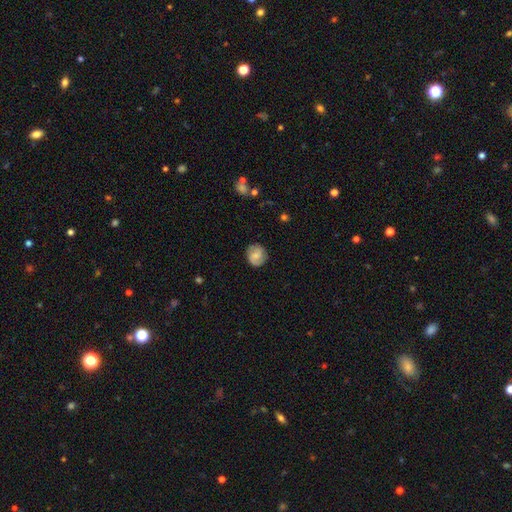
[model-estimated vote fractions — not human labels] Smooth or featured?
  - featured or disk: 48% *
  - smooth: 45%
  - star or artifact: 8%
Merging?
  - none: 83% *
  - minor disturbance: 12%
  - major disturbance: 3%
  - merger: 1%